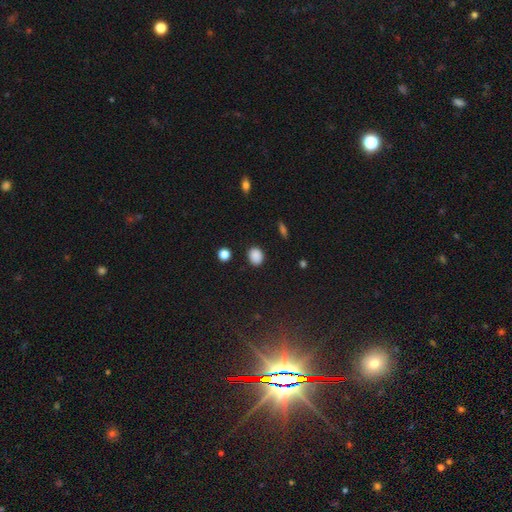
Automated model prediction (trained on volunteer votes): This appears to be a smooth galaxy with no disk features (87%) that is round (59%). Merging: none (87%).